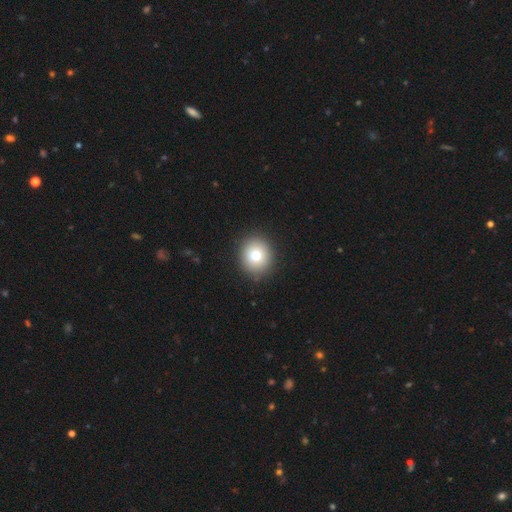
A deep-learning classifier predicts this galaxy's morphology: type=smooth (76%); roundness=round (85%); merging=none (91%).